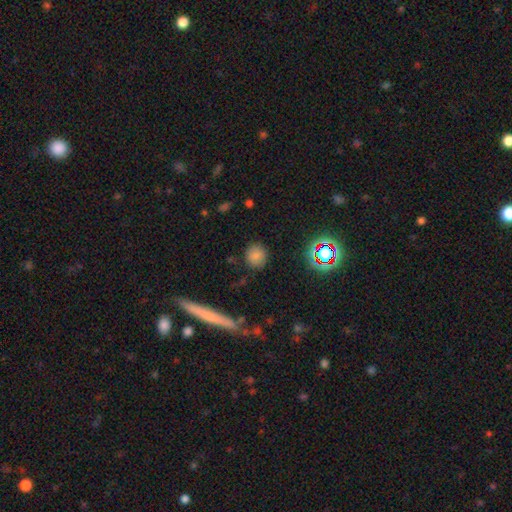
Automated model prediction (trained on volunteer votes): The model was most divided on "smooth or featured": smooth: 77%, star or artifact: 16%, featured or disk: 7%. More confident: how rounded — round (85%); merging — none (85%).